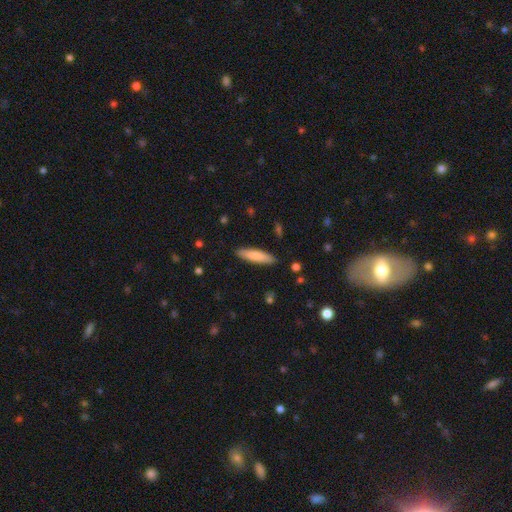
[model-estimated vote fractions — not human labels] This appears to be a smooth galaxy with no disk features (81%) that is cigar-shaped (73%). Merging: none (89%).